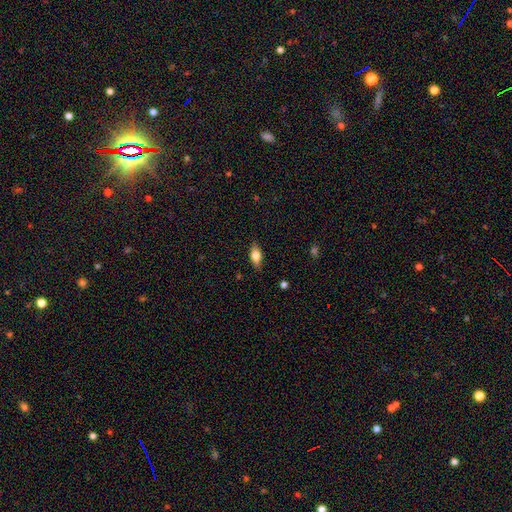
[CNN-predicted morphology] Smooth or featured?
  - smooth: 69% *
  - featured or disk: 24%
  - star or artifact: 7%
How rounded?
  - in between: 80% *
  - cigar-shaped: 15%
  - round: 4%
Merging?
  - none: 85% *
  - minor disturbance: 11%
  - major disturbance: 3%
  - merger: 1%